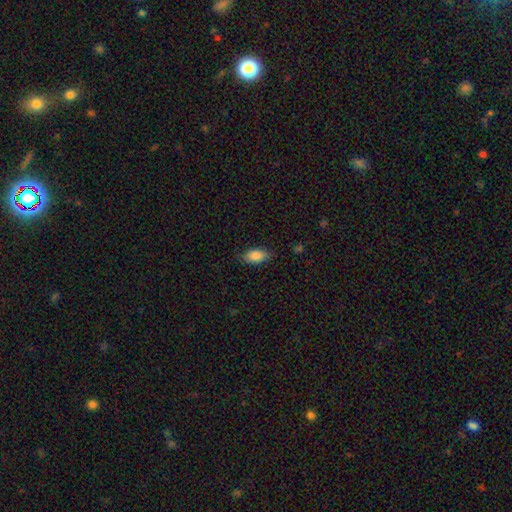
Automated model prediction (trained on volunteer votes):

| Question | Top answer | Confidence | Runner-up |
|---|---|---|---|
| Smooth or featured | smooth | 84% | featured or disk (9%) |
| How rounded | in between | 91% | cigar-shaped (6%) |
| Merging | none | 80% | minor disturbance (16%) |